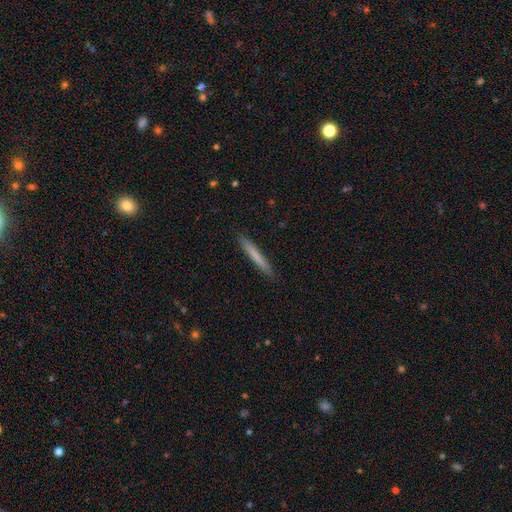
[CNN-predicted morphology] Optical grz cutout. It shows a smooth galaxy with no disk features (71%) that is cigar-shaped (97%). Merging: none (91%).